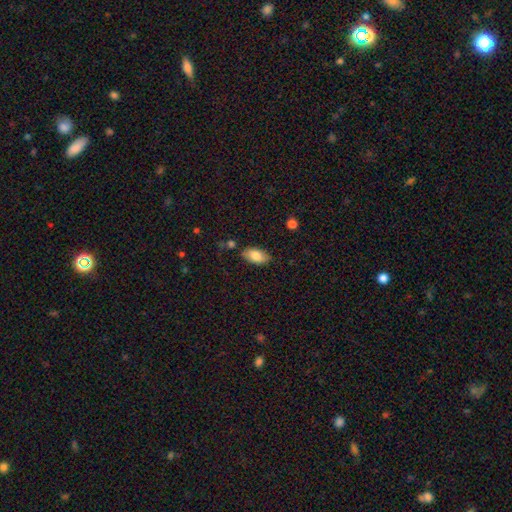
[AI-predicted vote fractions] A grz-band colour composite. It shows a smooth galaxy with no disk features (81%) that is in between round and cigar-shaped (93%). Merging: none (80%).